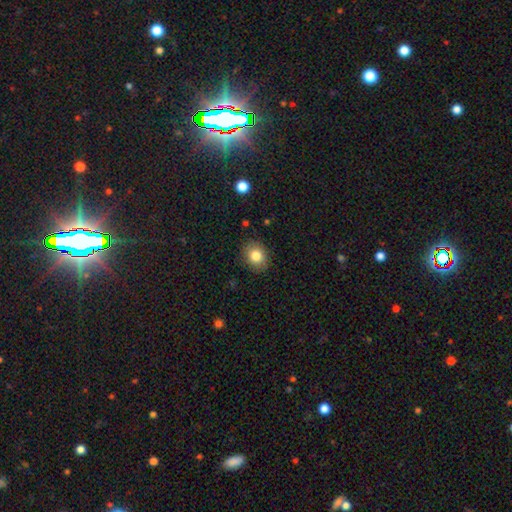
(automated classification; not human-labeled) smooth 82%, star or artifact 9%, featured or disk 8%. Down the decision tree: how rounded — round (58%); merging — none (87%).